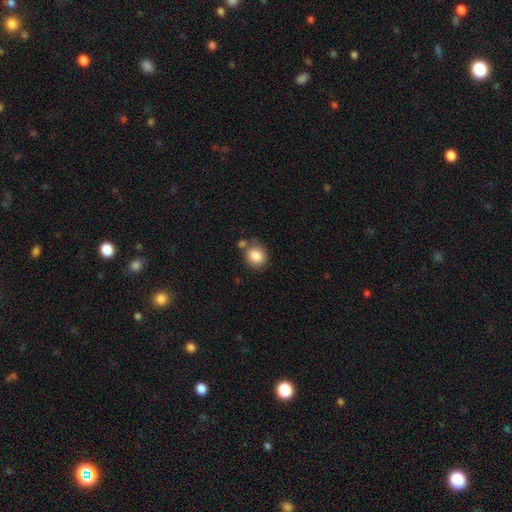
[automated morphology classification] The model was most divided on "how rounded": round: 72%, in between: 27%, cigar-shaped: 1%. More confident: smooth or featured — smooth (86%); merging — none (66%).